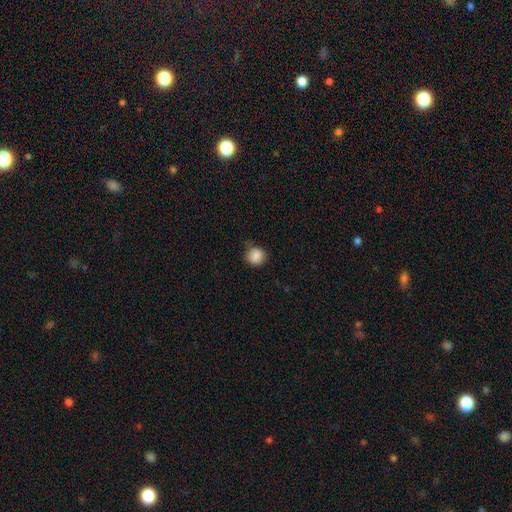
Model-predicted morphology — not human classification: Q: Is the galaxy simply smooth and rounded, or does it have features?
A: smooth — 87%.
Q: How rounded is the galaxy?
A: round — 84%.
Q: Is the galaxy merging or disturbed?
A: none — 68%.